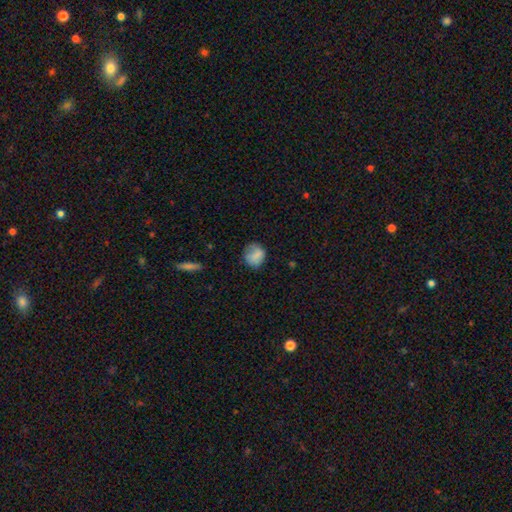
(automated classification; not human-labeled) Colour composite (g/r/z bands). It shows a smooth galaxy with no disk features (81%) that is round (72%). Merging: none (65%).